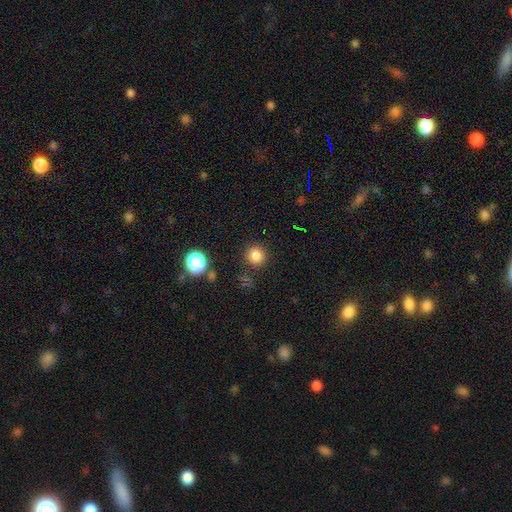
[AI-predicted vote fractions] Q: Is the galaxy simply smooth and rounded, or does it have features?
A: smooth — 81%.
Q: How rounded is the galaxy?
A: round — 92%.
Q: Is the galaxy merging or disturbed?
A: none — 87%.